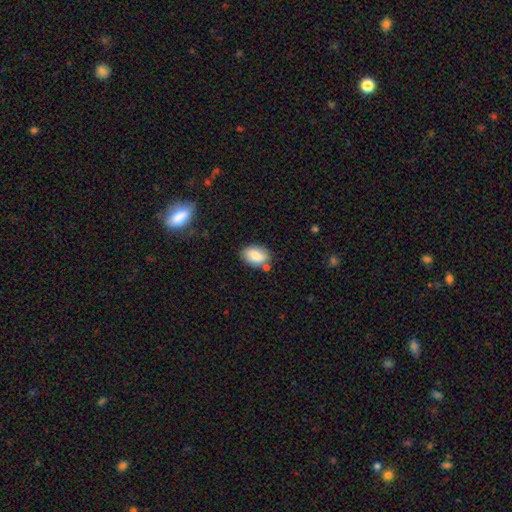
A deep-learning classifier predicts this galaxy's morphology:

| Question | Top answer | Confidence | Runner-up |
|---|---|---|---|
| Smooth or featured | smooth | 83% | featured or disk (9%) |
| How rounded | in between | 85% | round (13%) |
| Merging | none | 74% | minor disturbance (16%) |